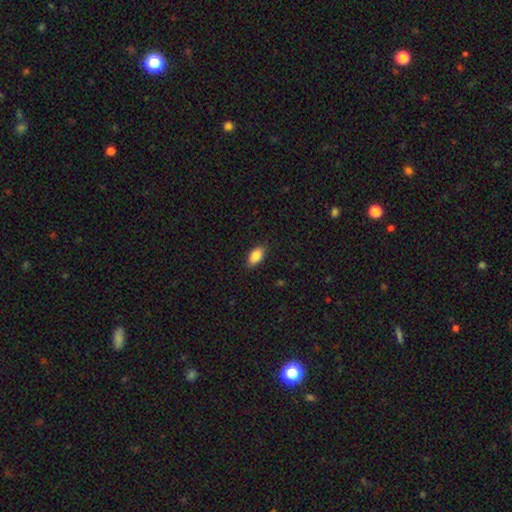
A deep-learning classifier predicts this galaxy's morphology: Smooth or featured: smooth — 86% (star or artifact — 8%)
How rounded: in between — 90% (round — 5%)
Merging: none — 86% (minor disturbance — 11%)